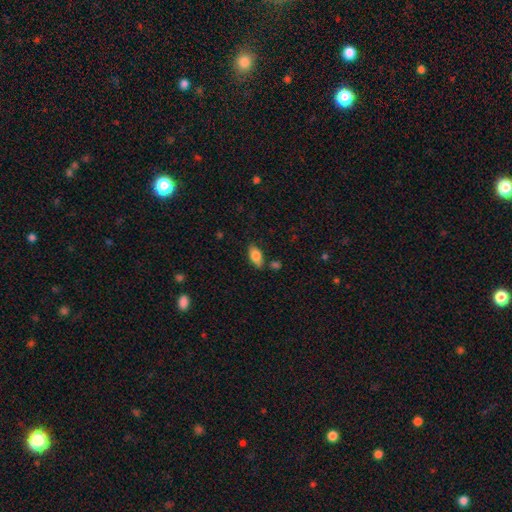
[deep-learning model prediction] Smooth or featured? smooth (79%)
How rounded? in between (89%)
Merging? none (77%)